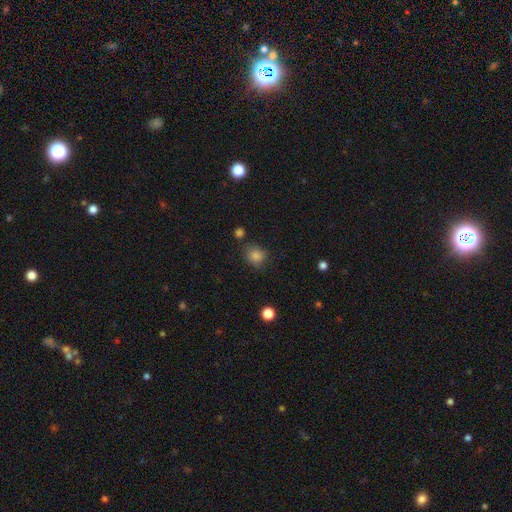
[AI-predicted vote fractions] This appears to be a smooth galaxy with no disk features (81%) that is round (79%). Merging: none (79%).